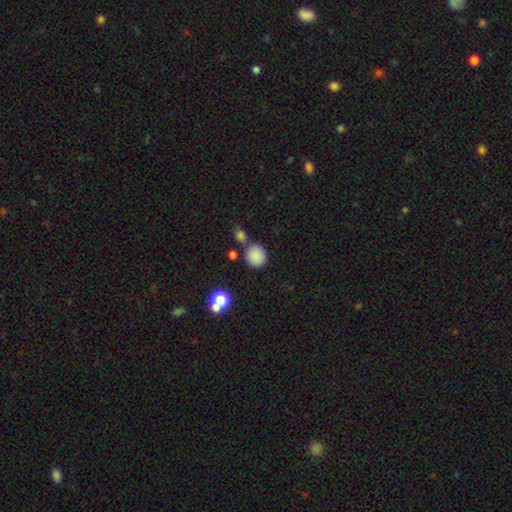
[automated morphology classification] Smooth or featured? Predicted: smooth (p=0.84). How rounded? Predicted: round (p=0.86). Merging? Predicted: none (p=0.74).